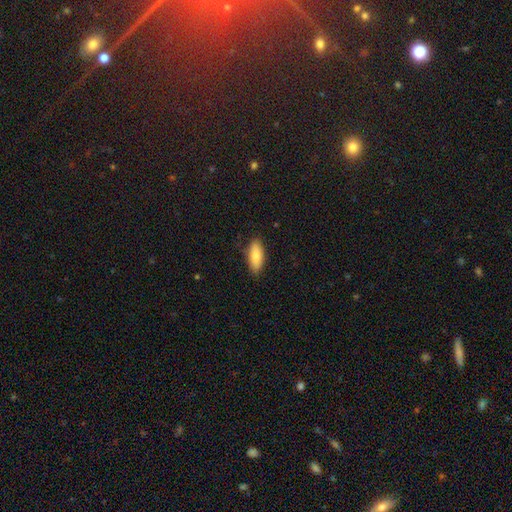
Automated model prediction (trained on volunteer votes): Morphology: type=smooth (83%); roundness=in between (76%); merging=none (86%).